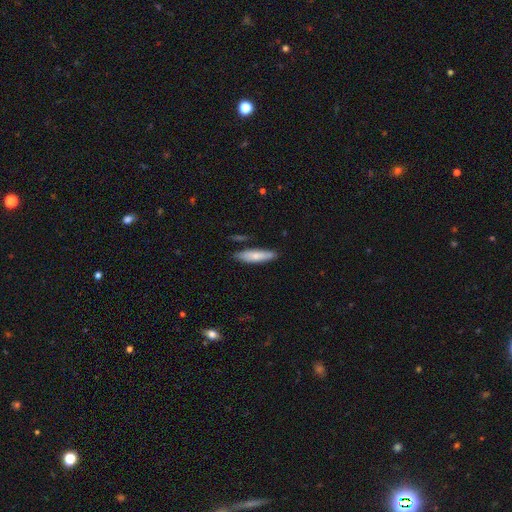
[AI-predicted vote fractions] Morphology: type=smooth (71%); roundness=cigar-shaped (70%); merging=none (78%).